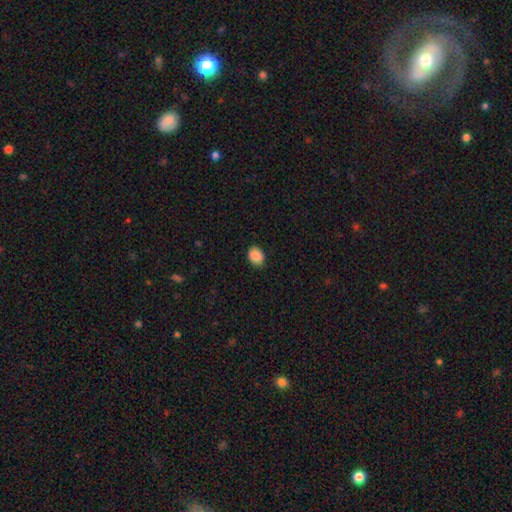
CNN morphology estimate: A smooth galaxy with no disk features (88%) that is in between round and cigar-shaped (64%). Merging: none (86%).